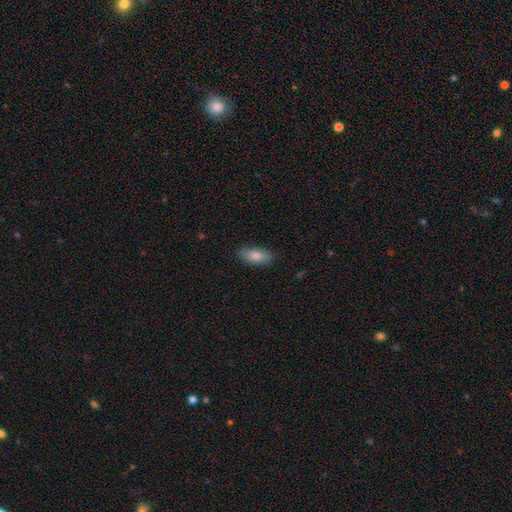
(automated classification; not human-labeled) Smooth or featured? Predicted: smooth (p=0.82). How rounded? Predicted: in between (p=0.88). Merging? Predicted: none (p=0.87).